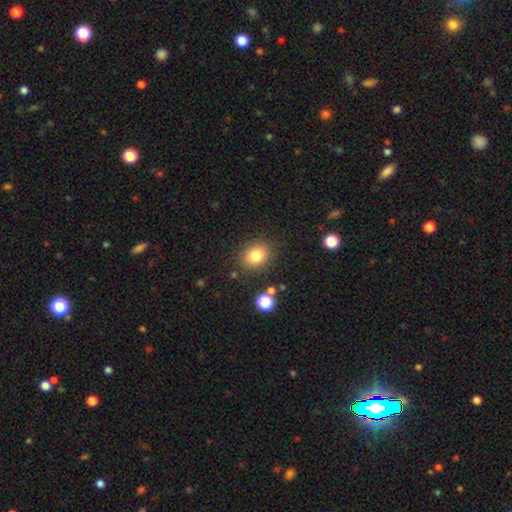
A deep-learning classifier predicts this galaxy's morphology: type=smooth (81%); roundness=round (57%); merging=none (83%).